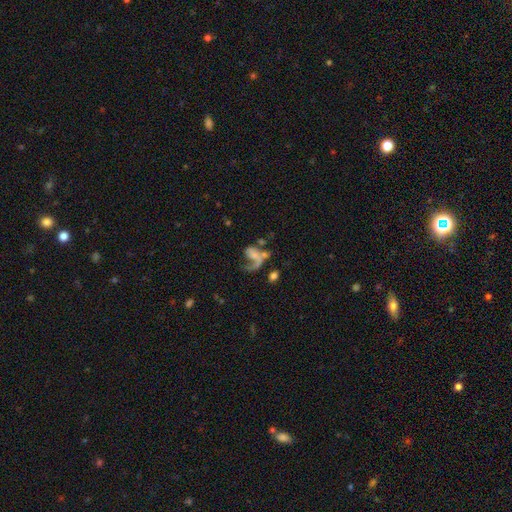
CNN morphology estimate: smooth_or_featured: featured or disk (p=0.61) [alt: smooth p=0.28]
disk_edge_on: no (p=0.97) [alt: yes p=0.03]
bar: no (p=0.73) [alt: weak p=0.20]
has_spiral_arms: yes (p=0.73) [alt: no p=0.27]
bulge_size: none (p=0.41) [alt: small p=0.34]
merging: major disturbance (p=0.42) [alt: none p=0.25]